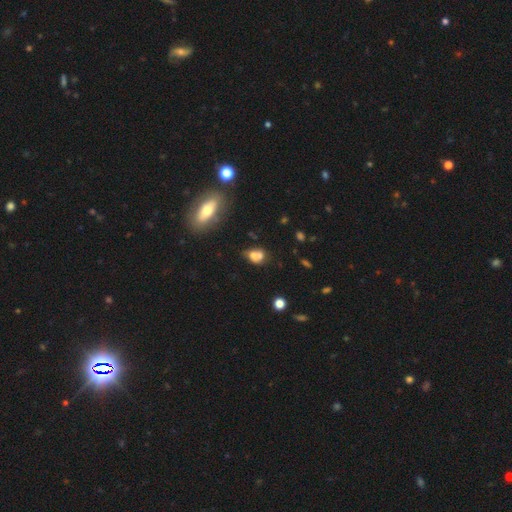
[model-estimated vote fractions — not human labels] Q: Smooth or featured?
A: smooth (66%); runner-up: featured or disk (20%)
Q: How rounded?
A: in between (49%); tied with: round (49%)
Q: Merging?
A: merger (55%); runner-up: none (29%)